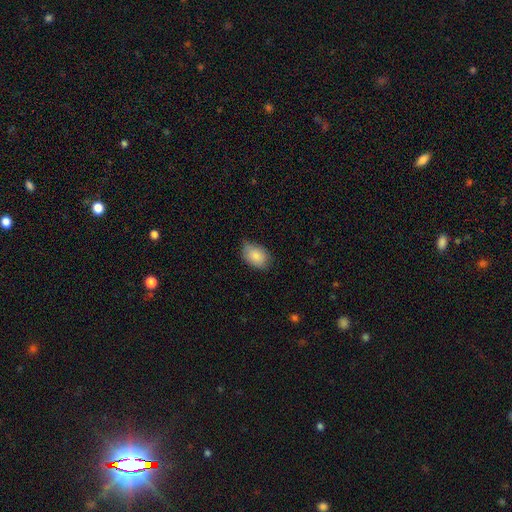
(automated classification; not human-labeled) A smooth galaxy with no disk features (87%) that is in between round and cigar-shaped (83%). Merging: none (62%).